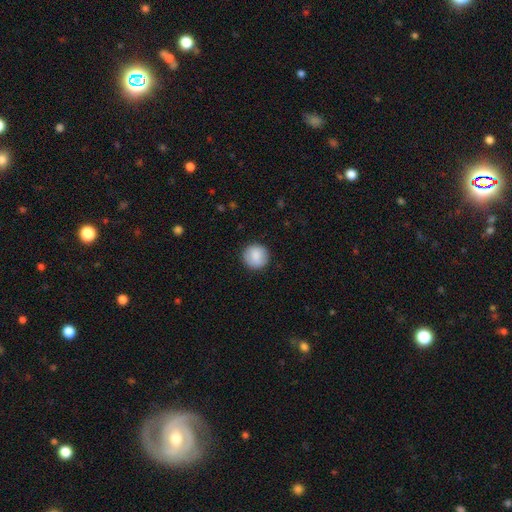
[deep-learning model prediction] A smooth galaxy with no disk features (87%) that is round (95%). Merging: none (89%).